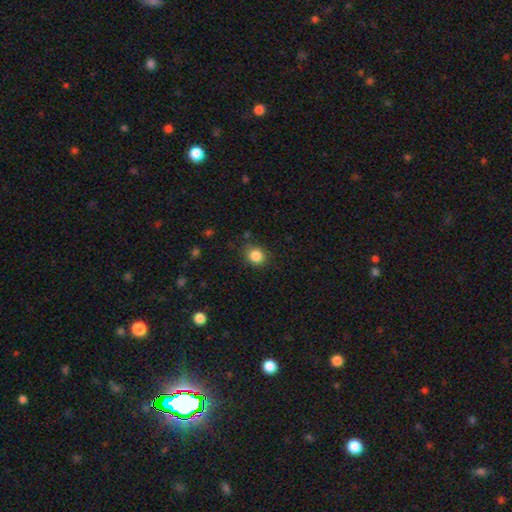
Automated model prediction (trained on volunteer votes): A smooth galaxy with no disk features (86%) that is round (73%). Merging: none (81%).